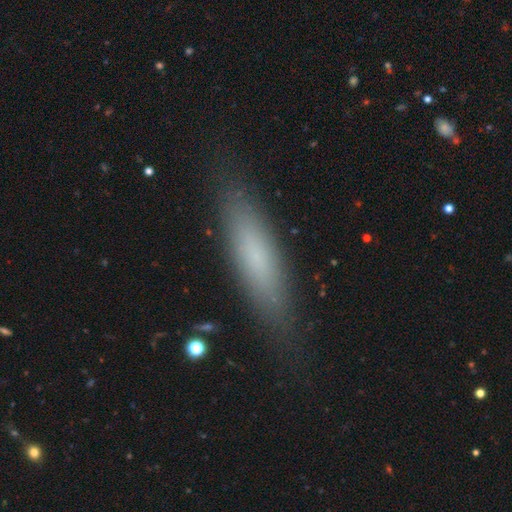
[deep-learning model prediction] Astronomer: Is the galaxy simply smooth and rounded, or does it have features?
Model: smooth — 71%.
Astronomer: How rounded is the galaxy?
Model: cigar-shaped — 68%.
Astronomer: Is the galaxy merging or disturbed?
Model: none — 84%.